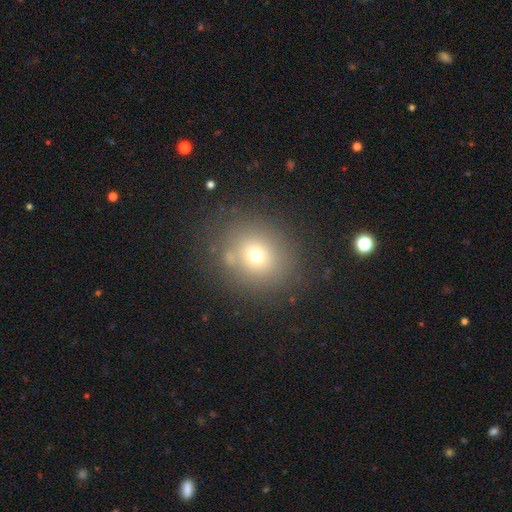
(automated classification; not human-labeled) Smooth or featured?
  - smooth: 67% *
  - star or artifact: 18%
  - featured or disk: 15%
How rounded?
  - round: 76% *
  - in between: 23%
  - cigar-shaped: 1%
Merging?
  - none: 78% *
  - minor disturbance: 11%
  - major disturbance: 6%
  - merger: 5%